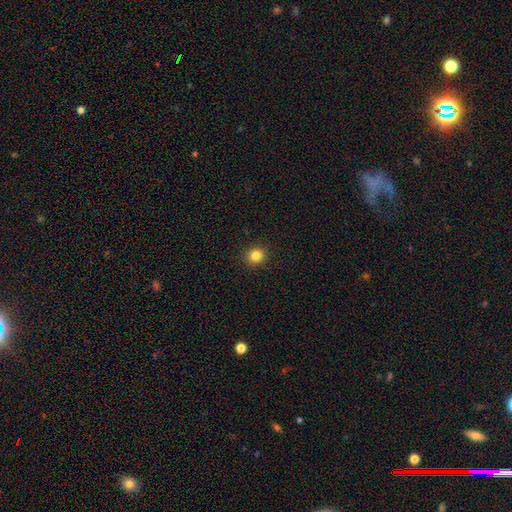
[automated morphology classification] smooth-or-featured: smooth: 83% | star or artifact: 12% | featured or disk: 5%
  how-rounded: round: 87% | in between: 12% | cigar-shaped: 1%
  merging: none: 92% | minor disturbance: 5% | major disturbance: 2% | merger: 1%